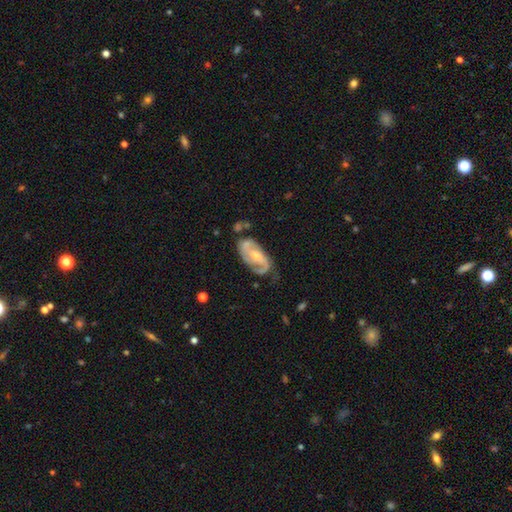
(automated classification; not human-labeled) featured or disk 79%, smooth 15%, star or artifact 5%. Down the decision tree: edge-on disk — no (96%); bar — no (50%); spiral arms — yes (91%); spiral arm count — 2 (66%); spiral winding — medium (45%); bulge size — moderate (47%); merging — none (50%).